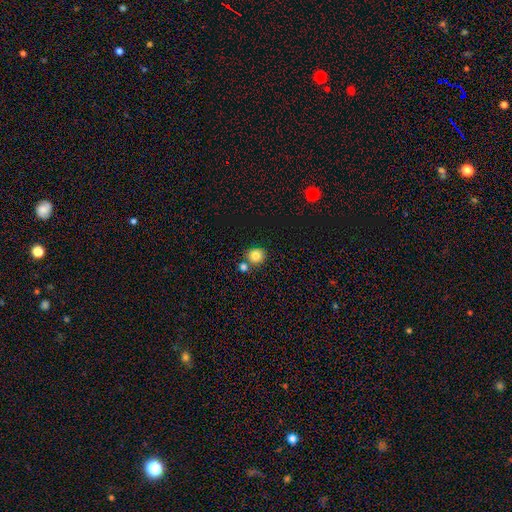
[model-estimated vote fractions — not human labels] Smooth or featured: smooth — 82% (star or artifact — 11%)
How rounded: round — 85% (in between — 14%)
Merging: none — 68% (merger — 21%)